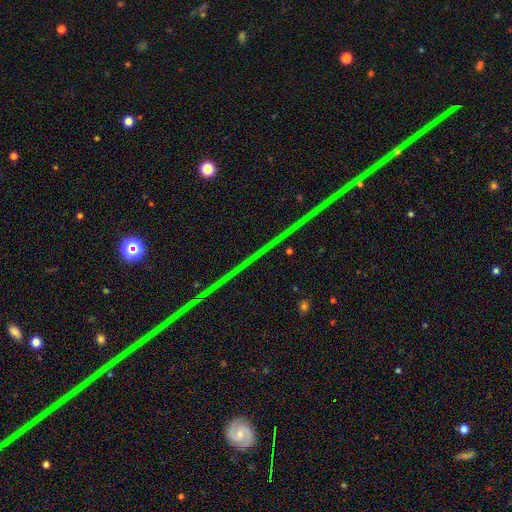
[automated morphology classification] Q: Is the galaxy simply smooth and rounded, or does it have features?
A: star or artifact — 85%.